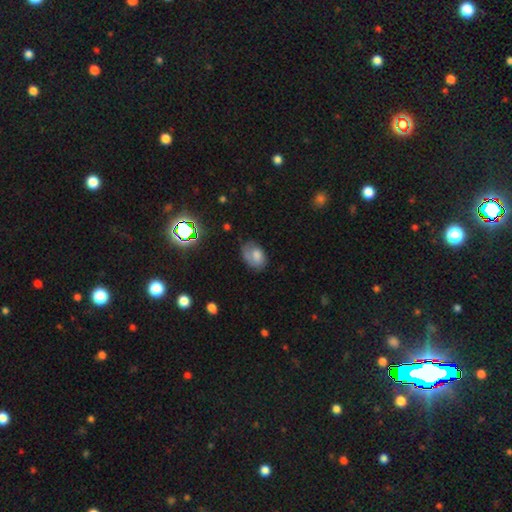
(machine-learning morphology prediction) A smooth galaxy with no disk features (65%) that is in between round and cigar-shaped (83%).

Vote fractions:
- Smooth or featured? smooth: 65% / featured or disk: 24% / star or artifact: 11%
- How rounded? in between: 83% / round: 16% / cigar-shaped: 1%
- Merging? none: 51% / minor disturbance: 30% / major disturbance: 17% / merger: 3%